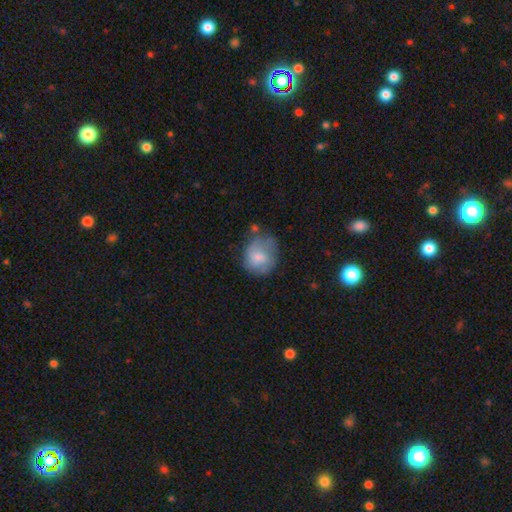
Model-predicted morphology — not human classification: Overall: smooth (64%; featured or disk 26%). How rounded: round (65%; in between 34%). Merging: none (56%; minor disturbance 29%).